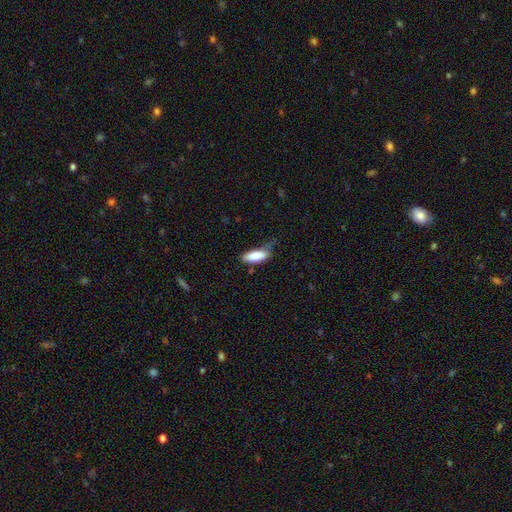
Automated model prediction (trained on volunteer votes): Smooth or featured: smooth — 85% (featured or disk — 9%)
How rounded: in between — 75% (cigar-shaped — 23%)
Merging: none — 45% (minor disturbance — 38%)